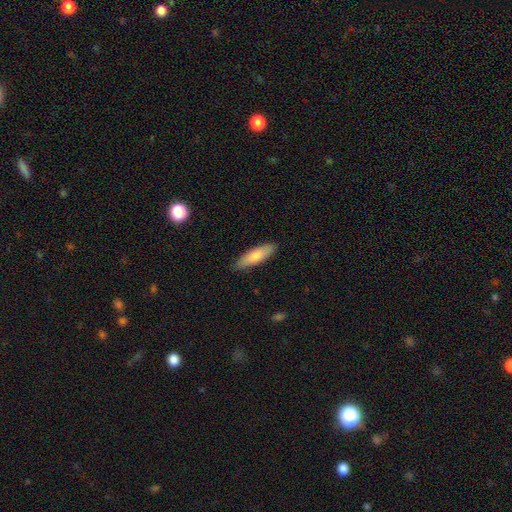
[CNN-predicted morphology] Q: Smooth or featured?
A: smooth (79%); runner-up: featured or disk (15%)
Q: How rounded?
A: cigar-shaped (56%); runner-up: in between (42%)
Q: Merging?
A: none (87%); runner-up: minor disturbance (10%)